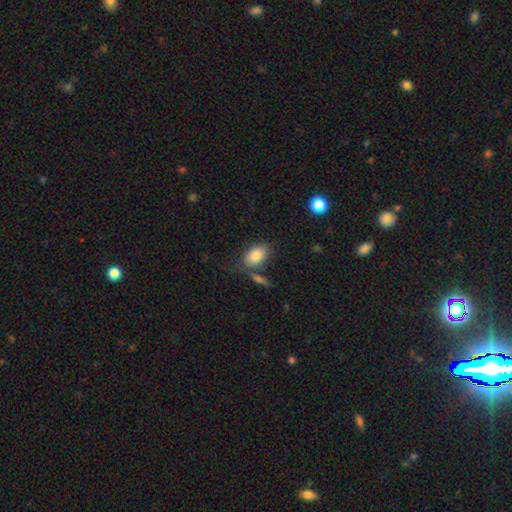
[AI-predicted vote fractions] A smooth galaxy with no disk features (84%) that is in between round and cigar-shaped (90%). Merging: none (65%).